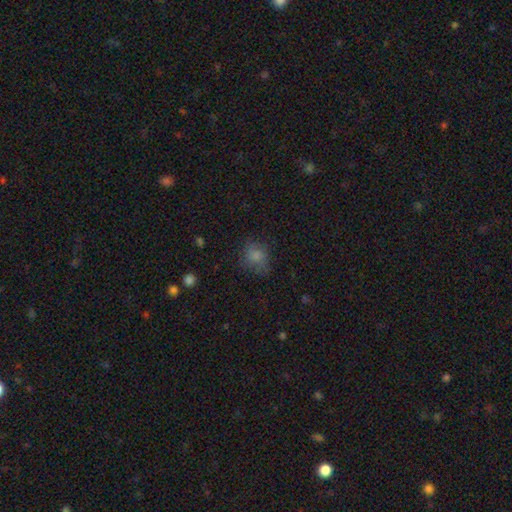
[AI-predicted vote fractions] Smooth or featured? Predicted: smooth (p=0.75). How rounded? Predicted: round (p=0.64). Merging? Predicted: none (p=0.62).